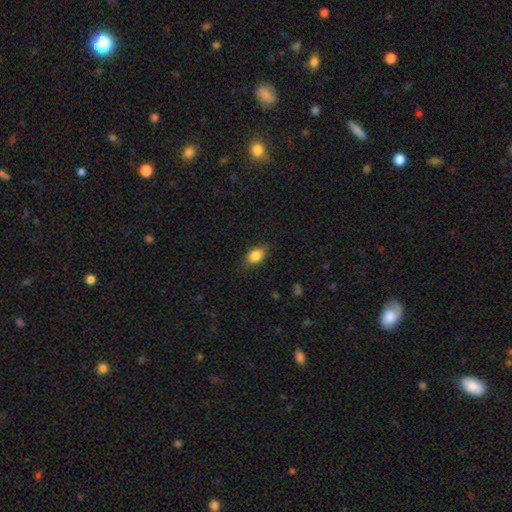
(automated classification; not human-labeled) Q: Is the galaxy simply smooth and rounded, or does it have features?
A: smooth — 85%.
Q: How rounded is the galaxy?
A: in between — 83%.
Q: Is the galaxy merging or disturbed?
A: none — 81%.